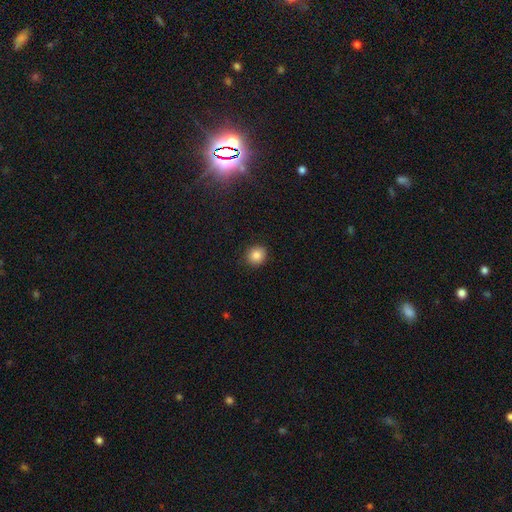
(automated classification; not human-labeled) Morphology: type=smooth (85%); roundness=round (84%); merging=none (89%).